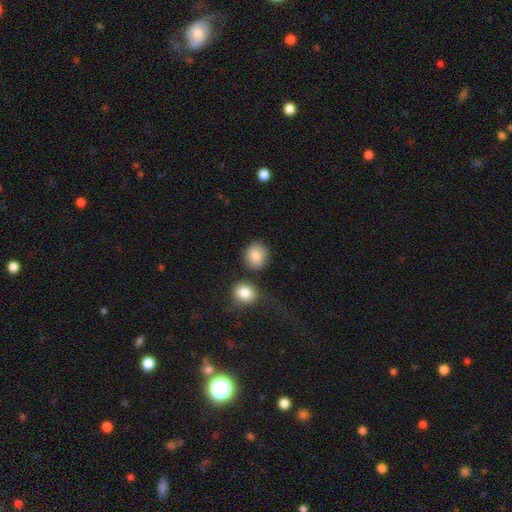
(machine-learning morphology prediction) Smooth or featured? Predicted: smooth (p=0.84). How rounded? Predicted: round (p=0.83). Merging? Predicted: none (p=0.80).